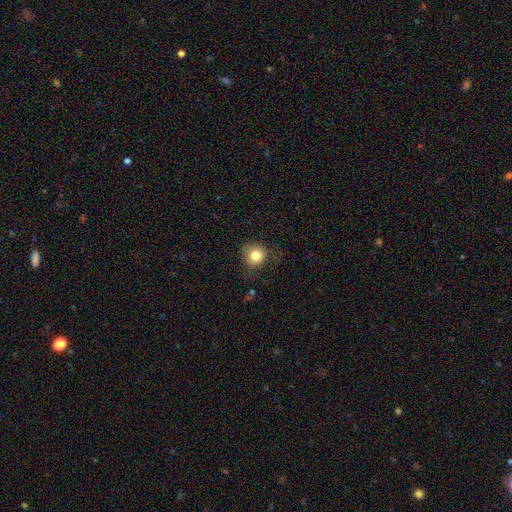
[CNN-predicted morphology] smooth 81%, star or artifact 11%, featured or disk 9%. Down the decision tree: how rounded — round (85%); merging — none (67%).